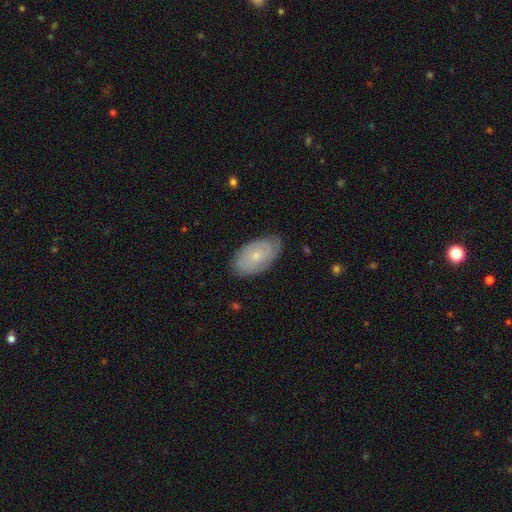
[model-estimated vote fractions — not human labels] Smooth or featured? Predicted: smooth (p=0.49). Merging? Predicted: none (p=0.76).